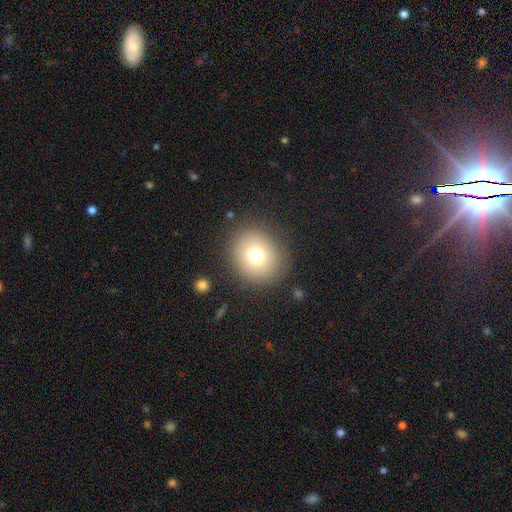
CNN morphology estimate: This is likely a smooth galaxy (74%). How rounded: clearly round (86%). Merging: clearly none (86%).